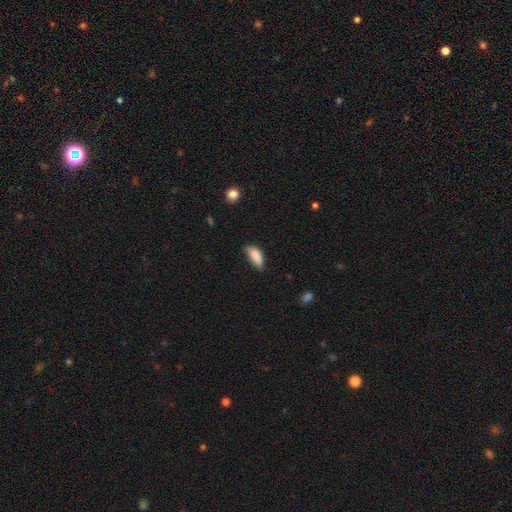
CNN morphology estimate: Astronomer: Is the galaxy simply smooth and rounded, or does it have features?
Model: smooth — 86%.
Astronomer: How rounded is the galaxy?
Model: in between — 86%.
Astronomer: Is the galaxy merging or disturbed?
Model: none — 48% (runner-up: minor disturbance, 41%).